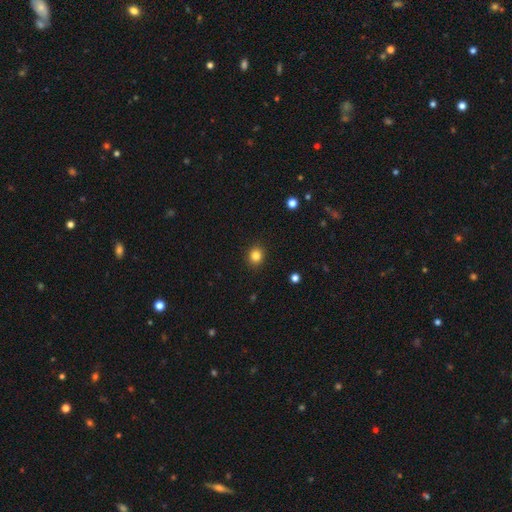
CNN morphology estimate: Q: Smooth or featured?
A: smooth (84%); runner-up: star or artifact (12%)
Q: How rounded?
A: round (78%); runner-up: in between (21%)
Q: Merging?
A: none (91%); runner-up: minor disturbance (6%)